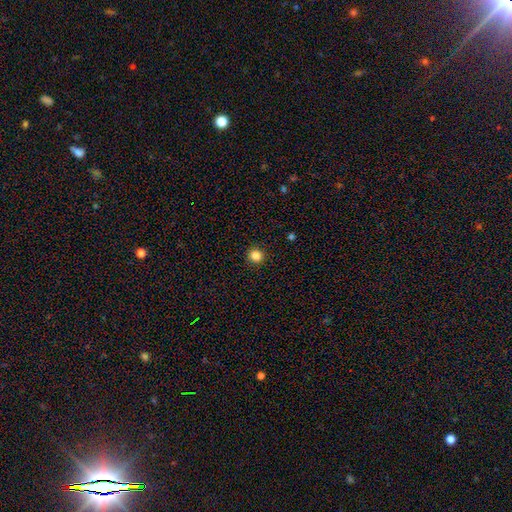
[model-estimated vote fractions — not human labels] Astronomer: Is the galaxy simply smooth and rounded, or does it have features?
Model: smooth — 85%.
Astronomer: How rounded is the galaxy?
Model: round — 91%.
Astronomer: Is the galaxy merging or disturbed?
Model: none — 92%.